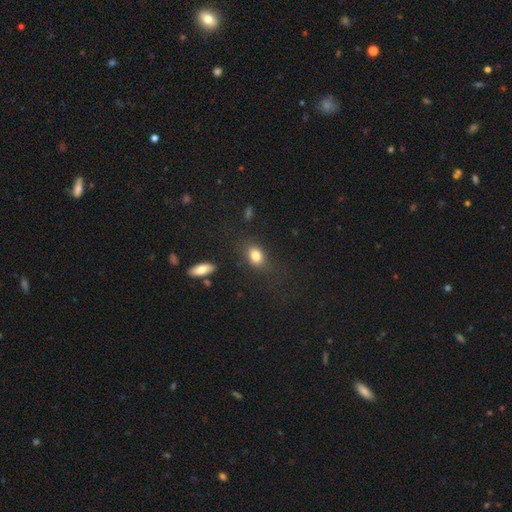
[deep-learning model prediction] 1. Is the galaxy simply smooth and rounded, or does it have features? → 82% smooth, 9% star or artifact, 9% featured or disk.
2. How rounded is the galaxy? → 74% in between, 24% round, 2% cigar-shaped.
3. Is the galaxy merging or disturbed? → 75% none, 15% minor disturbance, 7% major disturbance, 3% merger.